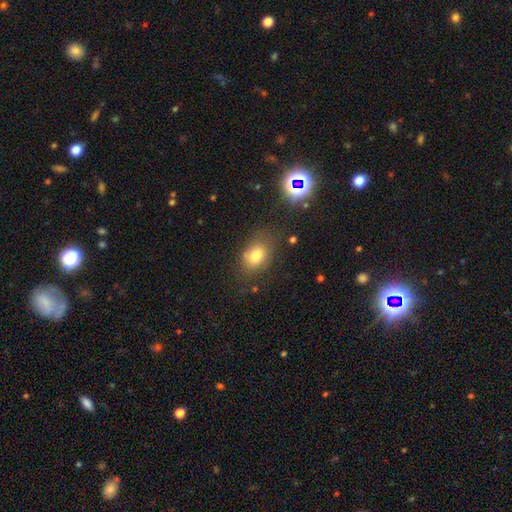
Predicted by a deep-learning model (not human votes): Overall: smooth (77%). How rounded: in between (70%). Merging: none (69%).